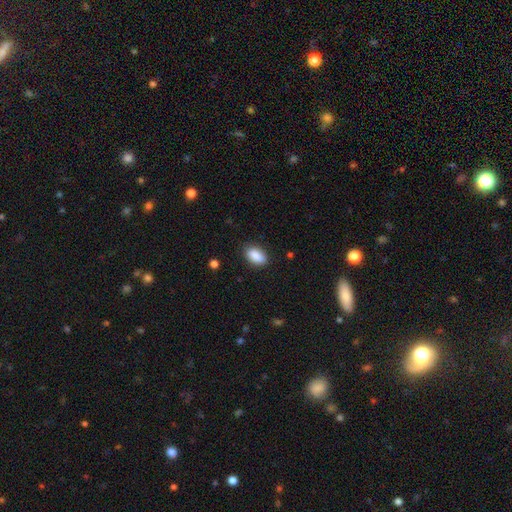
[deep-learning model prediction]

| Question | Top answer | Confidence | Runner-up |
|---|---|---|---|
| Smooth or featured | smooth | 89% | star or artifact (7%) |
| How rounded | in between | 92% | round (6%) |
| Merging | none | 85% | minor disturbance (12%) |